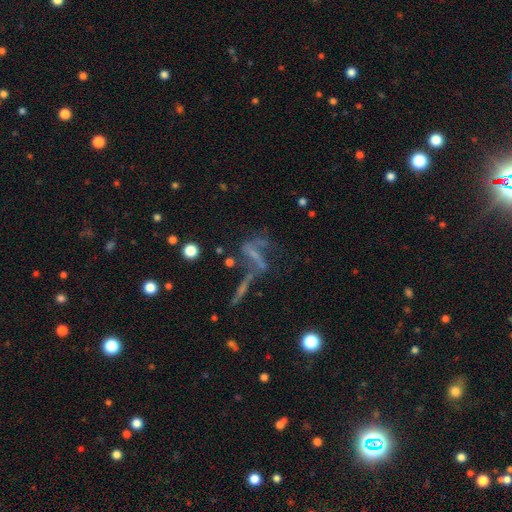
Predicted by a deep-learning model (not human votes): Overall: featured or disk (53%; smooth 24%). Edge-on disk: no (80%). Merging: none (30%, tied with major disturbance).